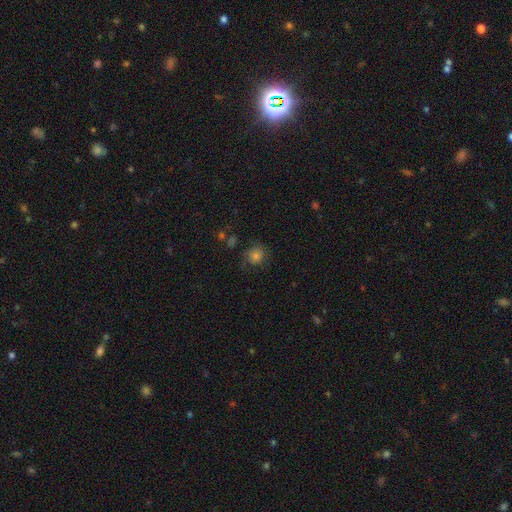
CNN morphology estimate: smooth-or-featured: smooth: 65% | featured or disk: 21% | star or artifact: 14%
  how-rounded: round: 82% | in between: 17% | cigar-shaped: 1%
  merging: none: 65% | minor disturbance: 20% | major disturbance: 12% | merger: 3%